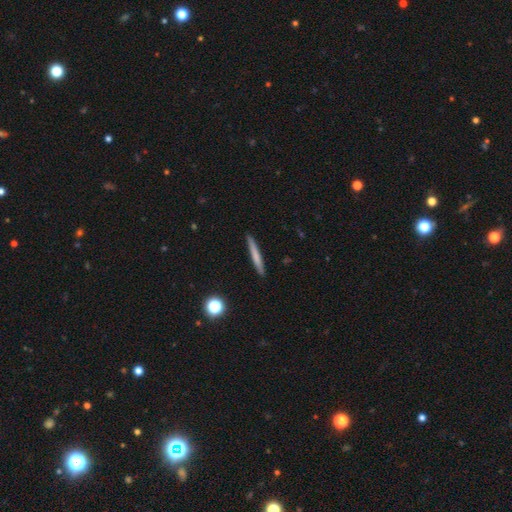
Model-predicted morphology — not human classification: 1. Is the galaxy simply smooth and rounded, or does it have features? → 67% smooth, 26% featured or disk, 7% star or artifact.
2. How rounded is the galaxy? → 96% cigar-shaped, 3% in between, 2% round.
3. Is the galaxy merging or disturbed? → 90% none, 7% minor disturbance, 1% major disturbance, 1% merger.